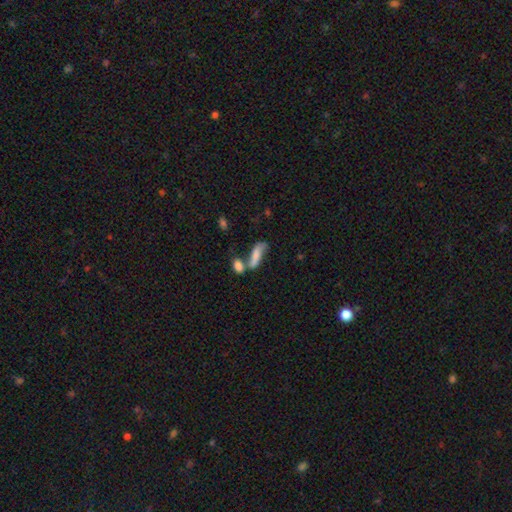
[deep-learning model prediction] smooth-or-featured: smooth: 65% | featured or disk: 26% | star or artifact: 9%
  how-rounded: in between: 52% | cigar-shaped: 44% | round: 4%
  merging: merger: 44% | none: 31% | minor disturbance: 14% | major disturbance: 10%